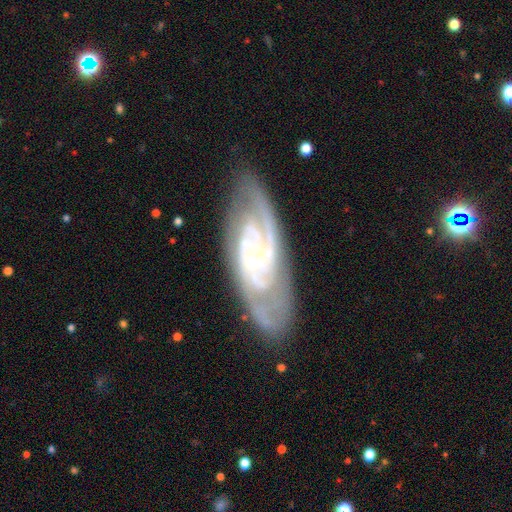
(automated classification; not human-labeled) Smooth or featured? Predicted: featured or disk (p=0.89). Edge-on disk? Predicted: no (p=0.91). Bar? Predicted: no (p=0.56). Spiral arms? Predicted: yes (p=0.97). Spiral winding? Predicted: tight (p=0.59). Spiral arm count? Predicted: 2 (p=0.47). Bulge size? Predicted: small (p=0.60). Merging? Predicted: none (p=0.79).